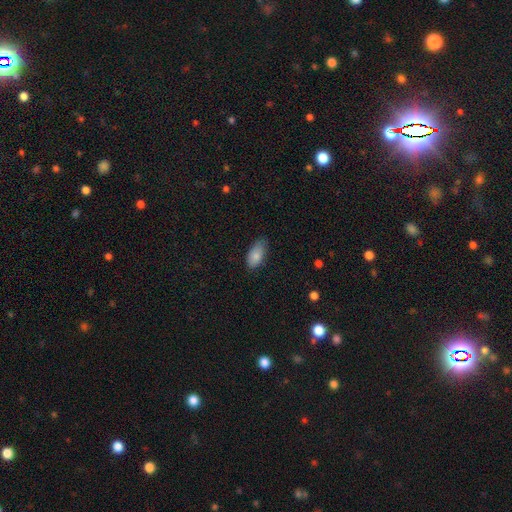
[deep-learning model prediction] Smooth or featured? Predicted: smooth (p=0.83). How rounded? Predicted: in between (p=0.93). Merging? Predicted: none (p=0.69).